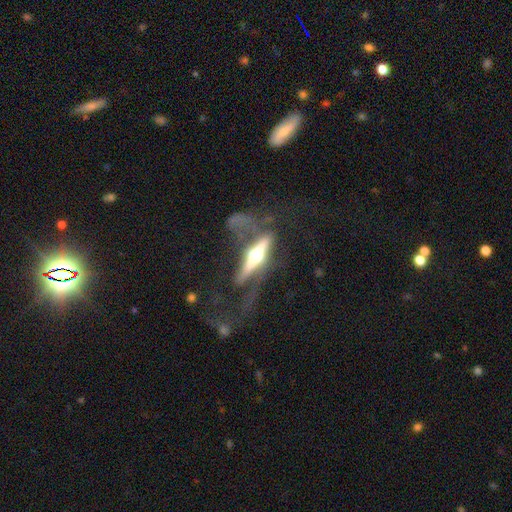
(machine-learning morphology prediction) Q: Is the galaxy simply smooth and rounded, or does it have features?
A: featured or disk — 76%.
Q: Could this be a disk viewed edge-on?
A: yes — 83%.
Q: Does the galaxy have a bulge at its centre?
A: rounded — 91%.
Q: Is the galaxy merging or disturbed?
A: major disturbance — 38%.